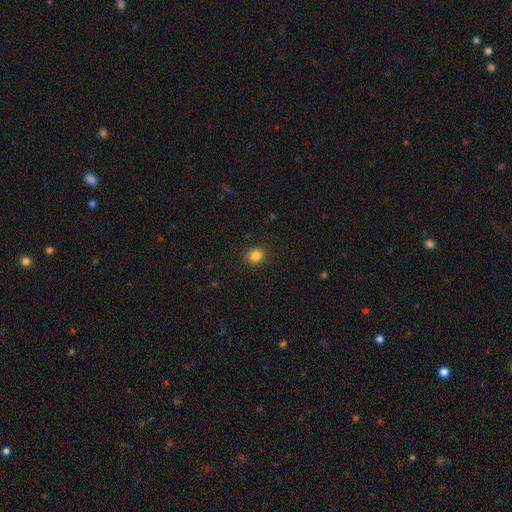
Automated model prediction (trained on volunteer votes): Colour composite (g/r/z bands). It shows a smooth galaxy with no disk features (84%) that is round (74%). Merging: none (89%).